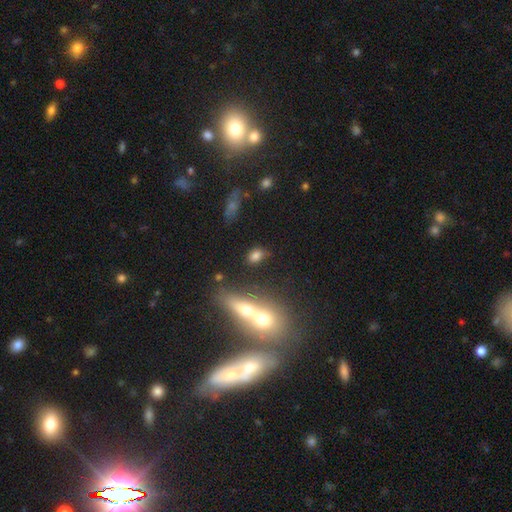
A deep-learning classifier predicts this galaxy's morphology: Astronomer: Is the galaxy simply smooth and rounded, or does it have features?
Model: smooth — 76%.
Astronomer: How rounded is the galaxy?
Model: in between — 75%.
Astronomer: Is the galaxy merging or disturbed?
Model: none — 66%.